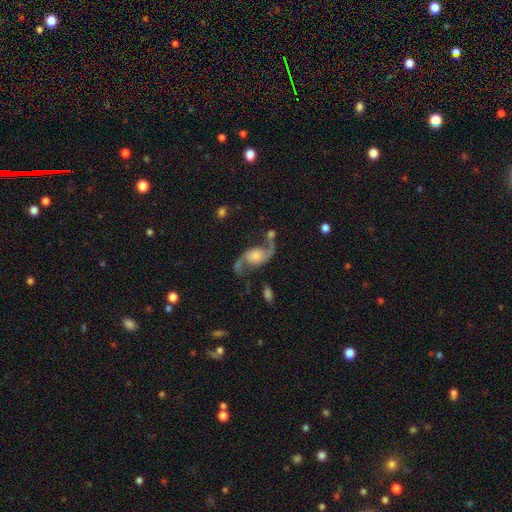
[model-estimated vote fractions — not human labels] Smooth or featured?
  - featured or disk: 89% *
  - smooth: 6%
  - star or artifact: 5%
Edge-on disk?
  - no: 96% *
  - yes: 4%
Bar?
  - no: 64% *
  - weak: 28%
  - strong: 8%
Spiral arms?
  - yes: 97% *
  - no: 3%
Spiral winding?
  - loose: 82% *
  - medium: 15%
  - tight: 3%
Spiral arm count?
  - 2: 94% *
  - 1: 2%
  - can't tell: 1%
  - 3: 1%
  - 4: 1%
  - more than 4: 1%
Bulge size?
  - moderate: 29% *
  - large: 26%
  - small: 24%
  - none: 15%
  - dominant: 6%
Merging?
  - none: 64% *
  - minor disturbance: 17%
  - major disturbance: 11%
  - merger: 9%